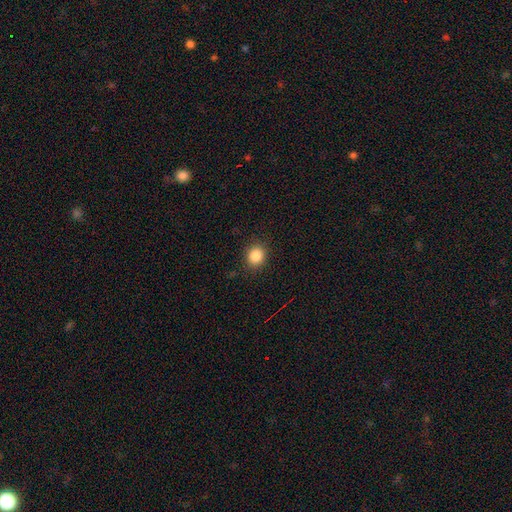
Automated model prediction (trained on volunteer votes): Overall: smooth (86%). How rounded: round (75%). Merging: none (89%).